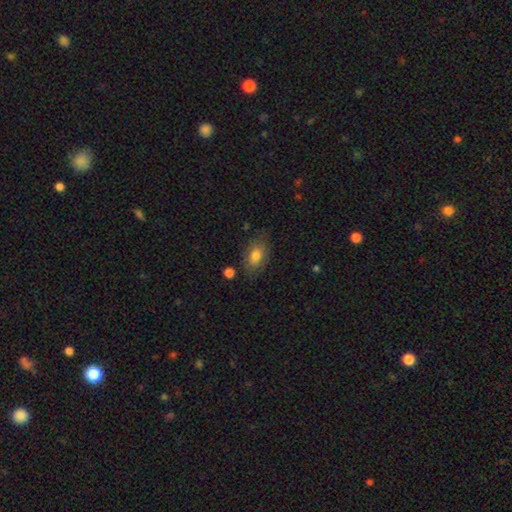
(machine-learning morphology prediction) A smooth galaxy with no disk features (76%) that is in between round and cigar-shaped (86%).

Vote fractions:
- Smooth or featured? smooth: 76% / featured or disk: 16% / star or artifact: 8%
- How rounded? in between: 86% / round: 12% / cigar-shaped: 3%
- Merging? none: 73% / minor disturbance: 19% / major disturbance: 5% / merger: 3%